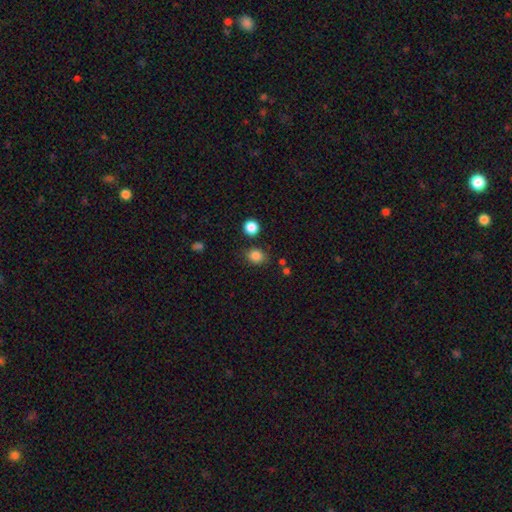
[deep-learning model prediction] Morphology: type=smooth (84%); roundness=round (63%); merging=none (79%).